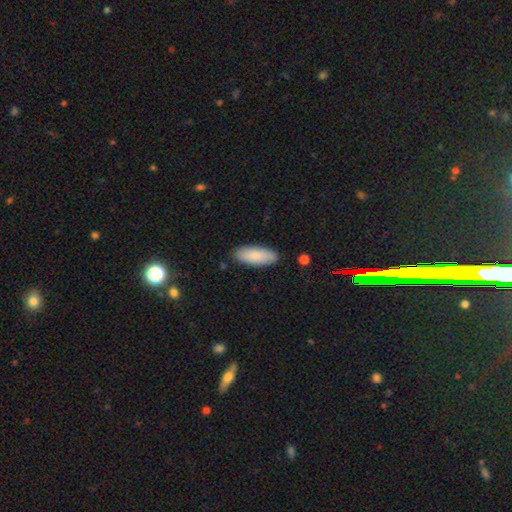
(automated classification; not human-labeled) Overall: smooth (84%). How rounded: in between (76%). Merging: none (87%).